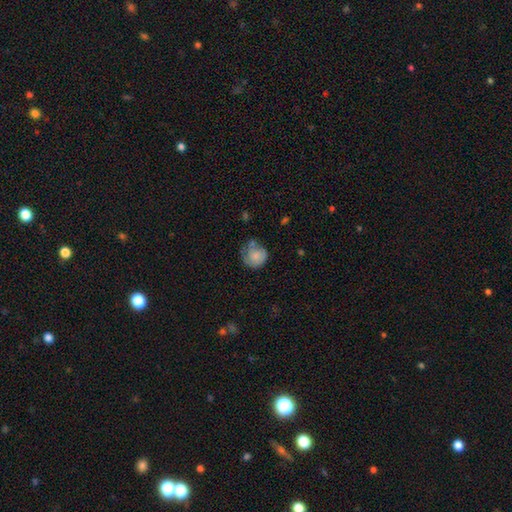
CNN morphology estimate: Overall: smooth (69%). How rounded: round (83%). Merging: none (49%; minor disturbance 31%).